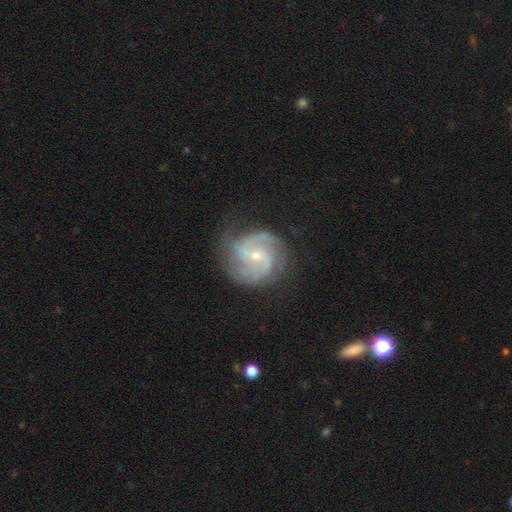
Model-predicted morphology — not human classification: Overall: featured or disk (88%). Edge-on disk: no (98%). Bar: weak (47%; no 40%). Spiral arms: yes (97%). Spiral arm count: 2 (57%; 3 20%). Spiral winding: medium (52%; tight 31%). Bulge size: small (62%; moderate 34%). Merging: none (68%).